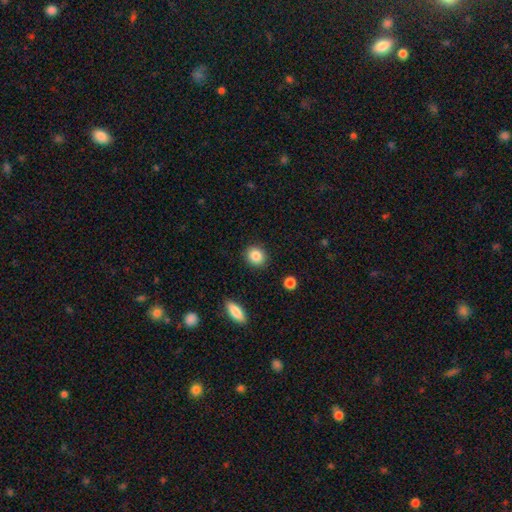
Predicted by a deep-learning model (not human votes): Smooth or featured: smooth — 87% (star or artifact — 9%)
How rounded: round — 74% (in between — 24%)
Merging: none — 90% (minor disturbance — 7%)